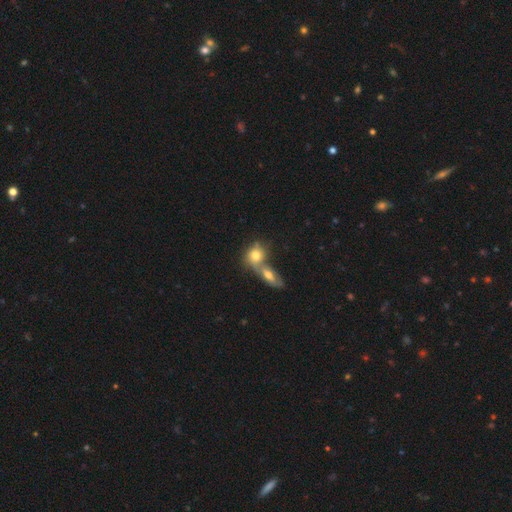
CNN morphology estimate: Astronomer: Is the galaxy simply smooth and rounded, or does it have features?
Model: smooth — 69%.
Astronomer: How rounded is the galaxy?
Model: round — 49% (runner-up: in between, 46%).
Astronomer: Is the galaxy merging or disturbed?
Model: merger — 62%.